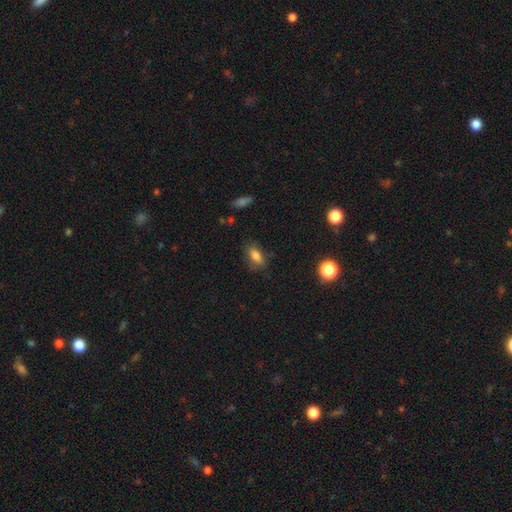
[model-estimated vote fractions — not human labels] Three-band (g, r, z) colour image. It shows a smooth galaxy with no disk features (79%) that is in between round and cigar-shaped (83%). Merging: none (75%).